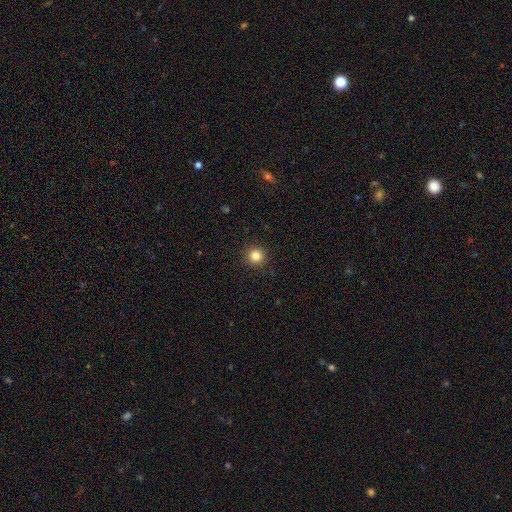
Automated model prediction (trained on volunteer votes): Smooth or featured: smooth — 84% (star or artifact — 12%)
How rounded: round — 94% (in between — 5%)
Merging: none — 91% (minor disturbance — 6%)